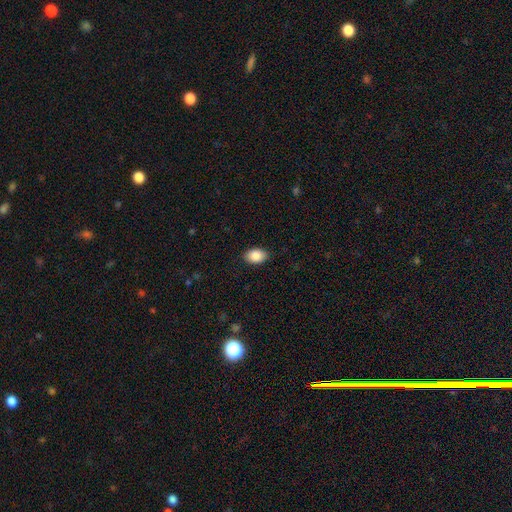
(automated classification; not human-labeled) Q: Smooth or featured?
A: smooth (88%); runner-up: star or artifact (7%)
Q: How rounded?
A: in between (86%); runner-up: round (13%)
Q: Merging?
A: none (88%); runner-up: minor disturbance (9%)